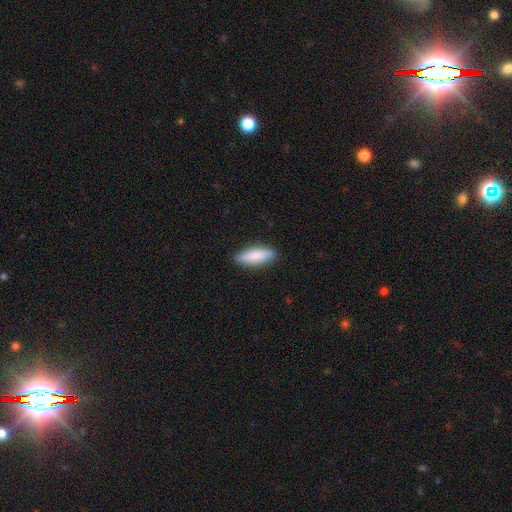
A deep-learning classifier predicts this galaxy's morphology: Smooth or featured? smooth (86%)
How rounded? in between (54%)
Merging? none (88%)